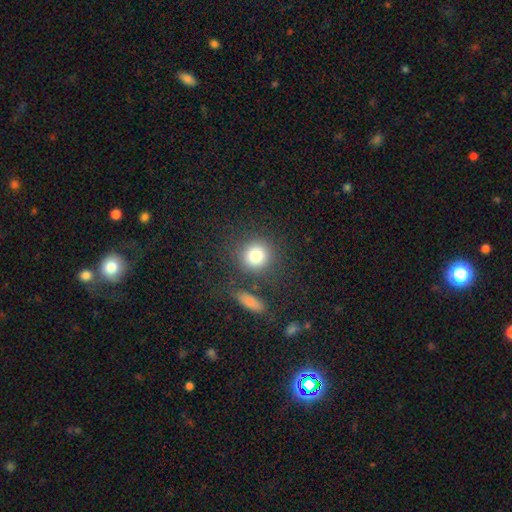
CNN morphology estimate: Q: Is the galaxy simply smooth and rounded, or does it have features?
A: smooth — 80%.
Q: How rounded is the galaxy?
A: round — 87%.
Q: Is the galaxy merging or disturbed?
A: none — 79%.